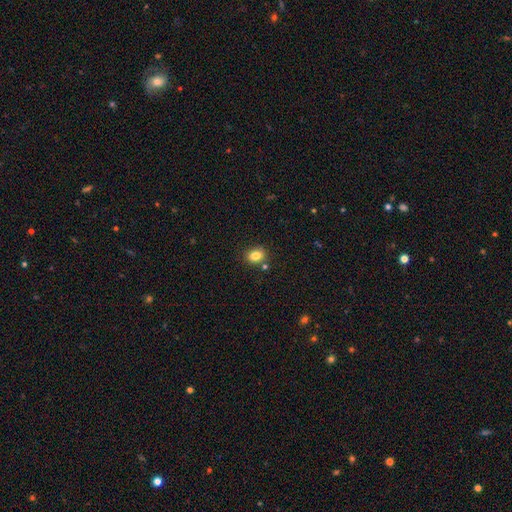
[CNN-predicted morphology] A smooth galaxy with no disk features (83%) that is in between round and cigar-shaped (57%). Merging: none (79%).